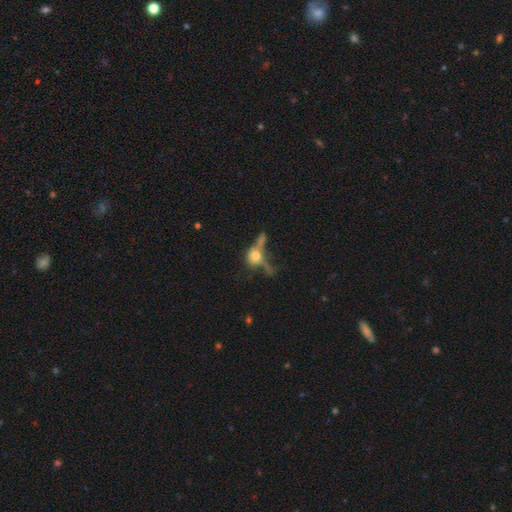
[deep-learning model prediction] Smooth or featured?
  - smooth: 57% *
  - featured or disk: 30%
  - star or artifact: 14%
How rounded?
  - round: 53% *
  - in between: 39%
  - cigar-shaped: 8%
Merging?
  - merger: 37% *
  - major disturbance: 30%
  - none: 21%
  - minor disturbance: 12%